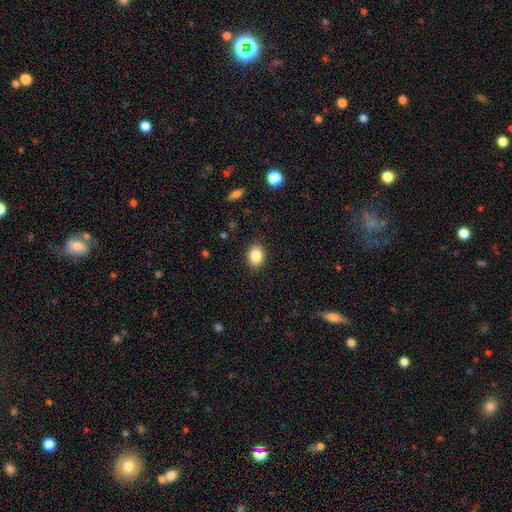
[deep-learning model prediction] Q: Smooth or featured?
A: smooth (85%); runner-up: star or artifact (9%)
Q: How rounded?
A: in between (70%); runner-up: round (29%)
Q: Merging?
A: none (87%); runner-up: minor disturbance (10%)